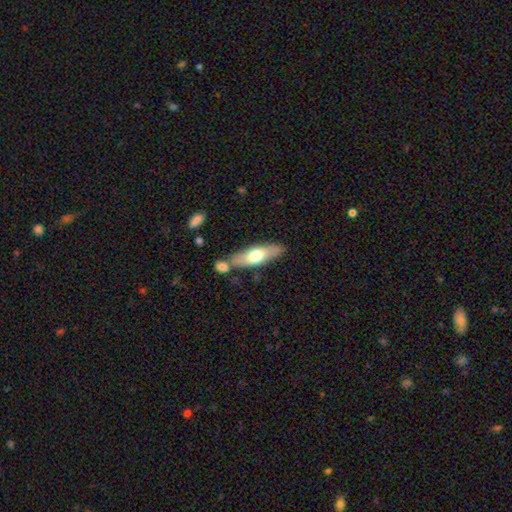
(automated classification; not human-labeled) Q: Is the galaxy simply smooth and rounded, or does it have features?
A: smooth — 56%.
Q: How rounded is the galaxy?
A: cigar-shaped — 51%.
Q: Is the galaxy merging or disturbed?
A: none — 69%.